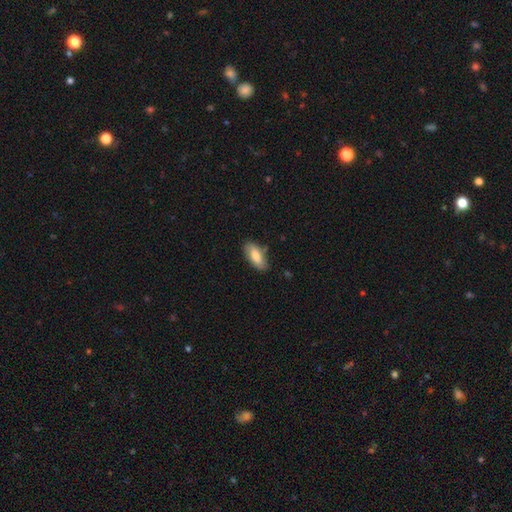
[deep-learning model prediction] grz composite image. It shows a smooth galaxy with no disk features (78%) that is in between round and cigar-shaped (86%). Merging: none (80%).